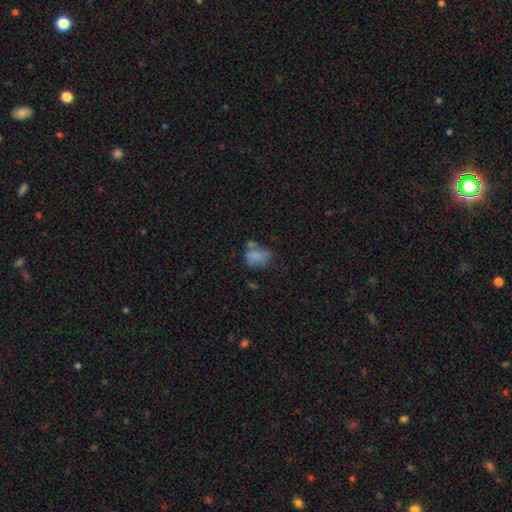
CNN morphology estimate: This appears to be a smooth galaxy with no disk features (65%) that is in between round and cigar-shaped (69%). Merging: none (33%).